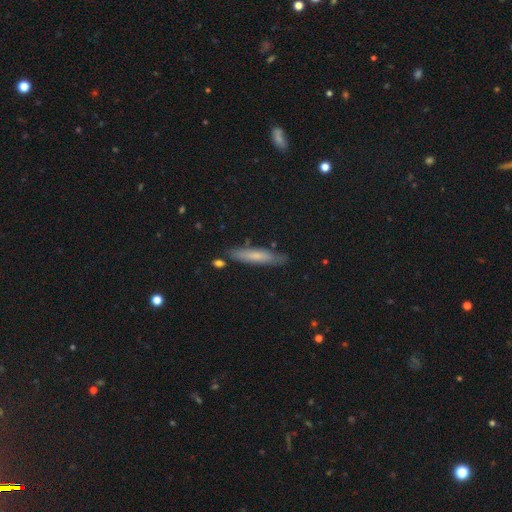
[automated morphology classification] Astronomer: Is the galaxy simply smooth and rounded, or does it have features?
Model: smooth — 62%.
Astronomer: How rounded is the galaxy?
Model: cigar-shaped — 87%.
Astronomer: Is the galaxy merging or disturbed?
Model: none — 82%.